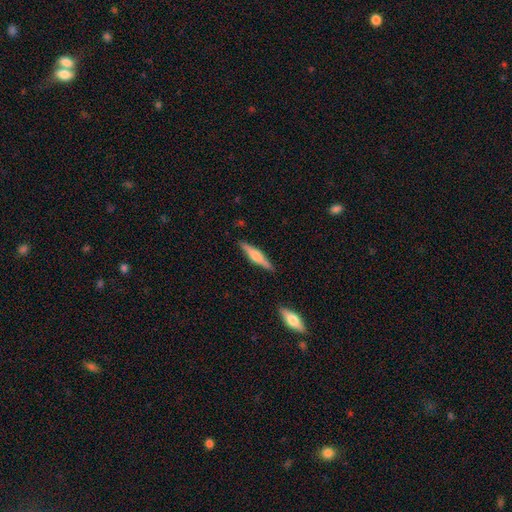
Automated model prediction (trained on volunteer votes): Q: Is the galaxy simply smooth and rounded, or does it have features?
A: featured or disk — 55%.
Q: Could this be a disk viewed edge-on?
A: yes — 97%.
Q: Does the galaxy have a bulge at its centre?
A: rounded — 73%.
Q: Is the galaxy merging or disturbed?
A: none — 88%.